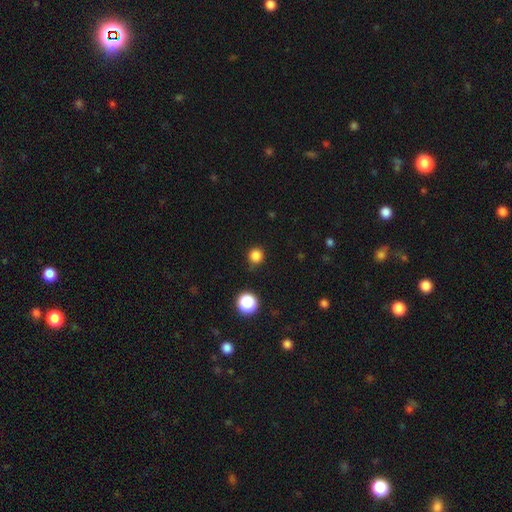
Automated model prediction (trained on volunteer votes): Q: Smooth or featured?
A: smooth (82%); runner-up: star or artifact (14%)
Q: How rounded?
A: round (92%); runner-up: in between (7%)
Q: Merging?
A: none (84%); runner-up: minor disturbance (11%)